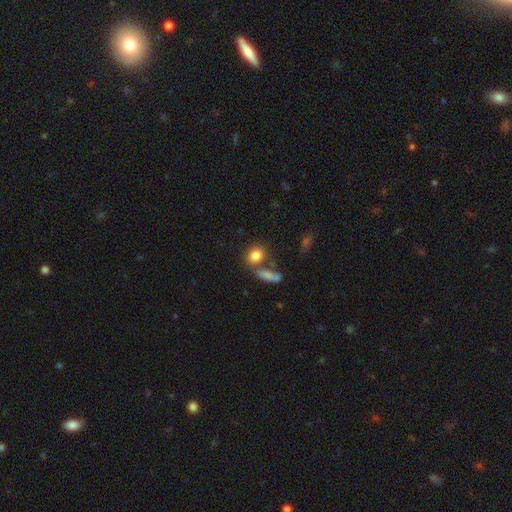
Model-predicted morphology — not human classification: smooth 82%, star or artifact 9%, featured or disk 8%. Down the decision tree: how rounded — round (52%); merging — none (55%).